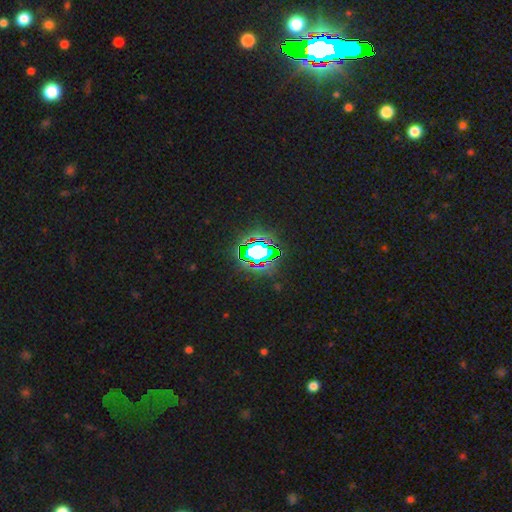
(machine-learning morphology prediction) smooth_or_featured: star or artifact (p=0.75) [alt: smooth p=0.15]